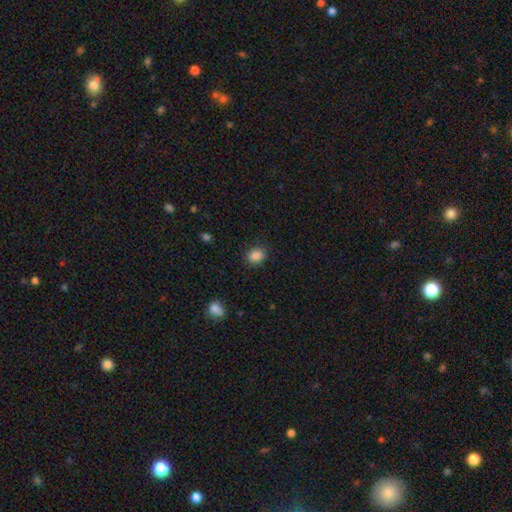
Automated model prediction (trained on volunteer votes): Smooth or featured?
  - smooth: 87% *
  - star or artifact: 10%
  - featured or disk: 4%
How rounded?
  - round: 56% *
  - in between: 43%
  - cigar-shaped: 1%
Merging?
  - none: 85% *
  - minor disturbance: 10%
  - major disturbance: 3%
  - merger: 1%